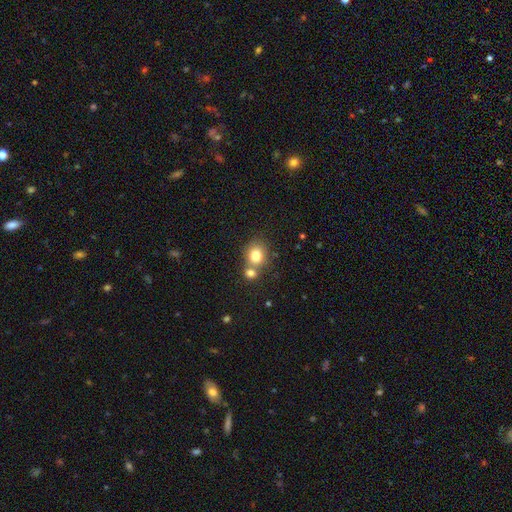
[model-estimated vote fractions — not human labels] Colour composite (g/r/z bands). It shows a smooth galaxy with no disk features (79%) that is round (75%). Merging: none (50%).